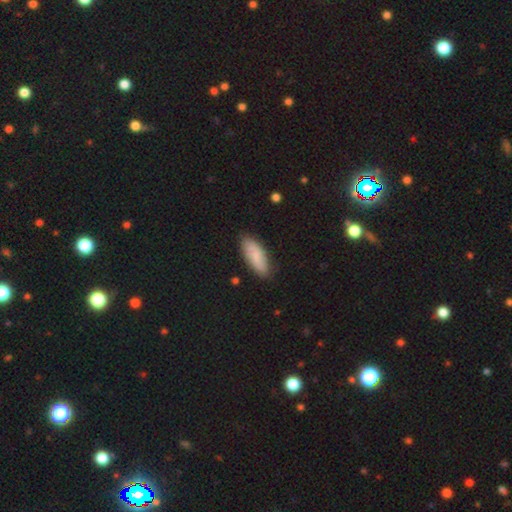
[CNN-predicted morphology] Smooth or featured?
  - smooth: 76% *
  - featured or disk: 18%
  - star or artifact: 6%
How rounded?
  - in between: 75% *
  - cigar-shaped: 23%
  - round: 2%
Merging?
  - none: 83% *
  - minor disturbance: 14%
  - major disturbance: 2%
  - merger: 1%